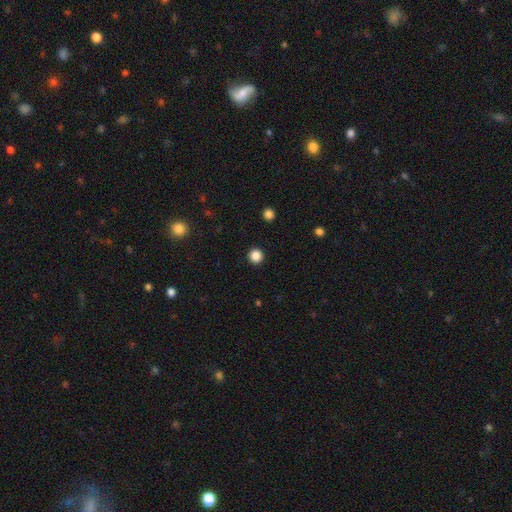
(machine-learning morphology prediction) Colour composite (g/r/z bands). It shows a smooth galaxy with no disk features (86%) that is round (95%). Merging: none (93%).